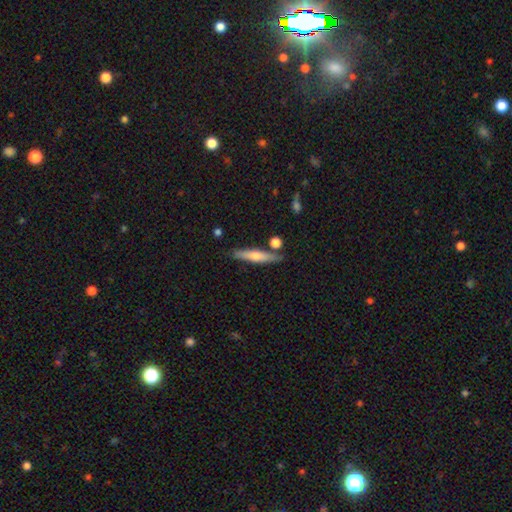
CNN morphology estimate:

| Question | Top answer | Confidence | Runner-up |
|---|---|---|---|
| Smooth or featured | featured or disk | 47% | smooth (46%) |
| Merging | none | 82% | minor disturbance (10%) |